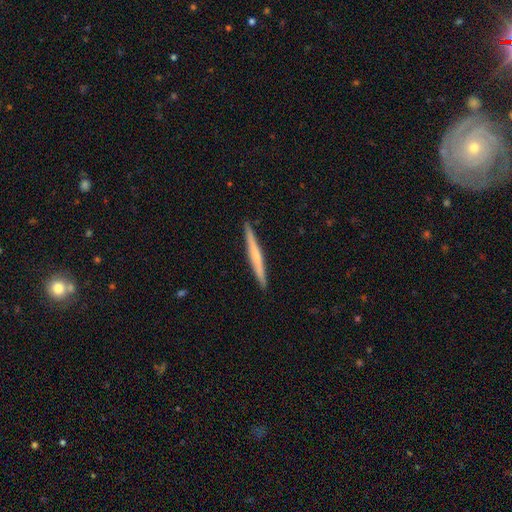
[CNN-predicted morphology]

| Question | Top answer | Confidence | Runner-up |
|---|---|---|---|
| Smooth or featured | featured or disk | 50% | smooth (45%) |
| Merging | none | 92% | minor disturbance (5%) |